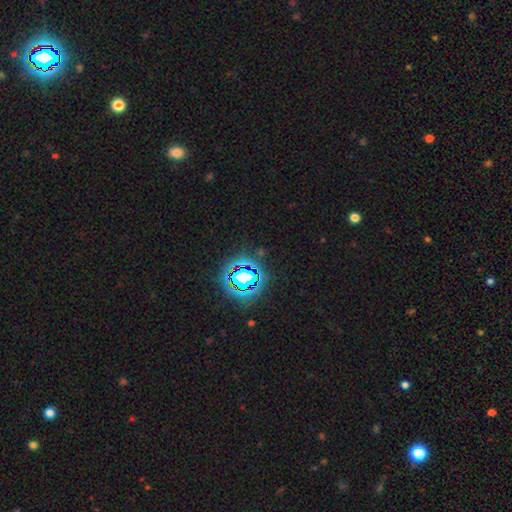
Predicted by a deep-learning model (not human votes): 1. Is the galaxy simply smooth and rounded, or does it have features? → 80% star or artifact, 12% smooth, 8% featured or disk.